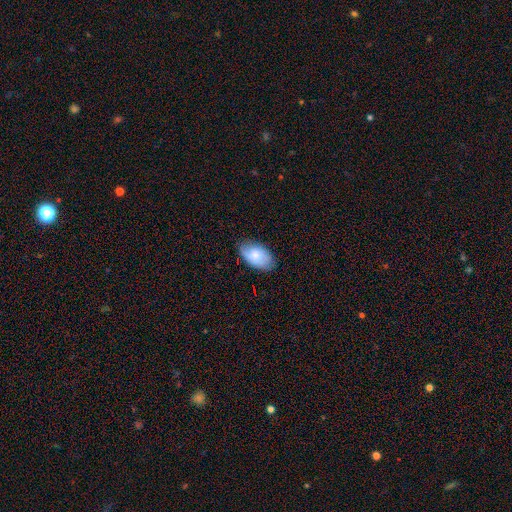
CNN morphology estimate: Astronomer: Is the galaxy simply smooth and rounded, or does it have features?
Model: smooth — 77%.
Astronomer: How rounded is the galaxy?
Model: in between — 94%.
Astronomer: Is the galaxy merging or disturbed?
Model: none — 76%.